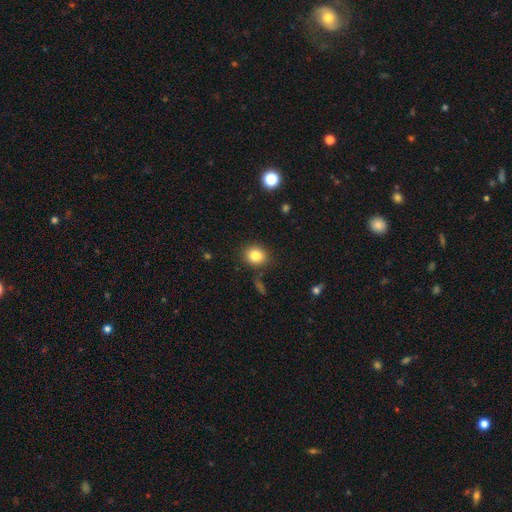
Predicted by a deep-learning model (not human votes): The model was most divided on "how rounded": round: 74%, in between: 26%, cigar-shaped: 1%. More confident: merging — none (86%); smooth or featured — smooth (82%).